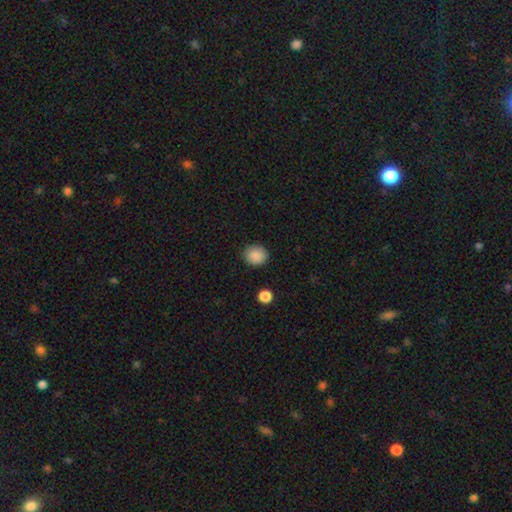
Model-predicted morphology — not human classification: Smooth or featured? Predicted: smooth (p=0.88). How rounded? Predicted: round (p=0.78). Merging? Predicted: none (p=0.89).